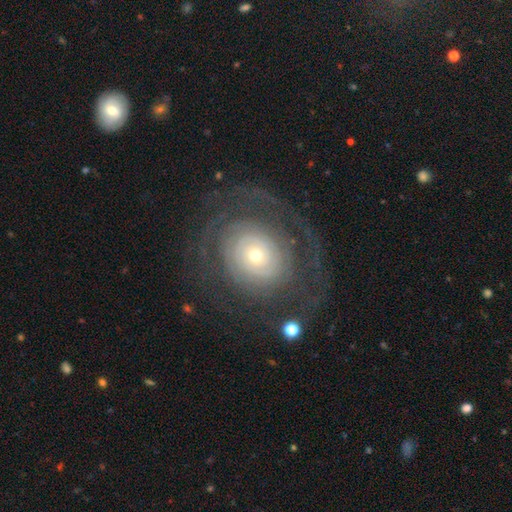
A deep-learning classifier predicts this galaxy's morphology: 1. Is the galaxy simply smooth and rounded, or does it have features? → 64% featured or disk, 27% smooth, 9% star or artifact.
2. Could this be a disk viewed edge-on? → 96% no, 4% yes.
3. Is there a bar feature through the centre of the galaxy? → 86% no, 10% weak, 4% strong.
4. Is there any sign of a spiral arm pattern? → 56% yes, 44% no.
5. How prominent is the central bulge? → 63% small, 28% moderate, 6% large, 3% dominant, 1% none.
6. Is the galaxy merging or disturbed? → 69% none, 16% major disturbance, 13% minor disturbance, 2% merger.